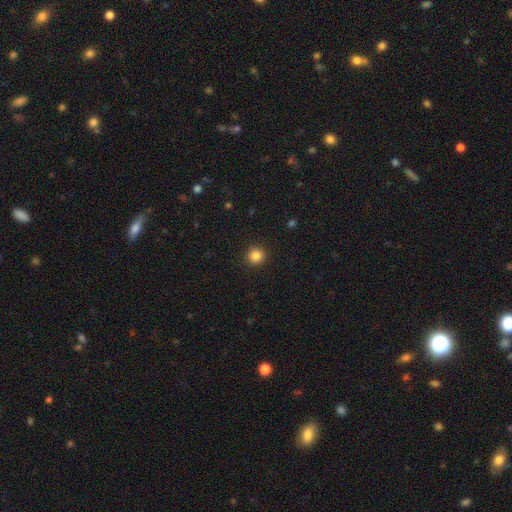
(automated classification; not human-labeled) Q: Smooth or featured?
A: smooth (85%); runner-up: star or artifact (11%)
Q: How rounded?
A: round (95%); runner-up: in between (4%)
Q: Merging?
A: none (92%); runner-up: minor disturbance (5%)